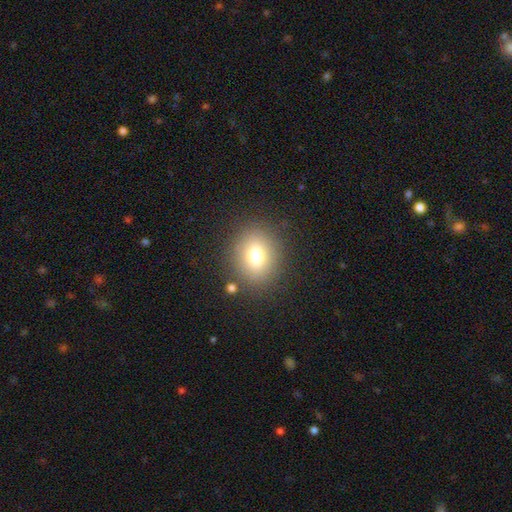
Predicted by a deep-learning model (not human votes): This appears to be a smooth galaxy with no disk features (75%) that is round (72%). Merging: none (85%).